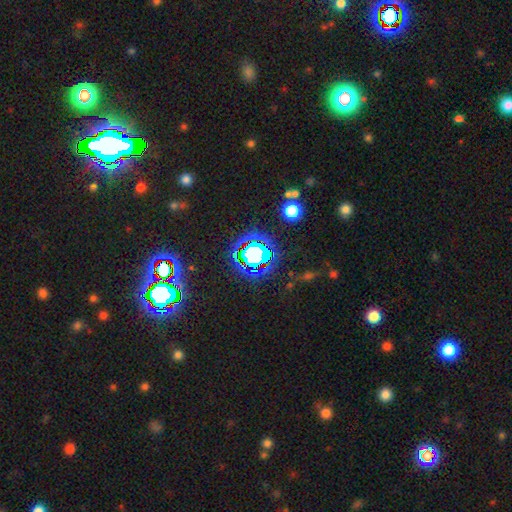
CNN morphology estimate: type=star or artifact (78%).